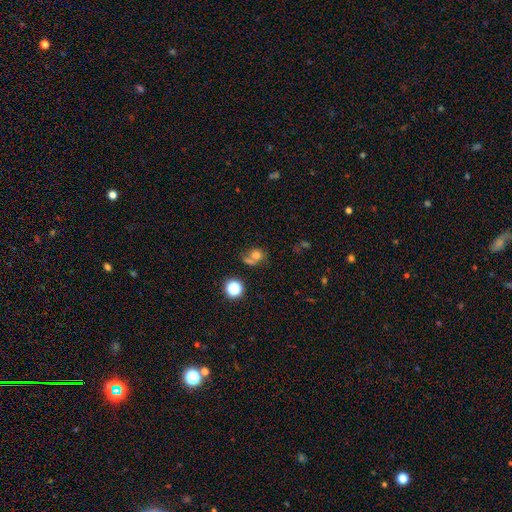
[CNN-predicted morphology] This is likely a smooth galaxy (69%). How rounded: likely round (74%). Merging: marginally merger (42%).